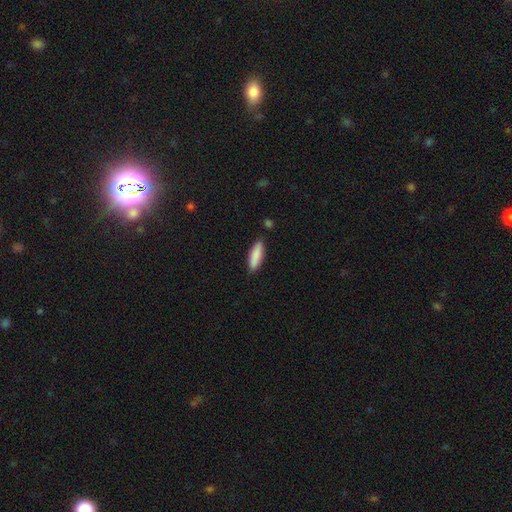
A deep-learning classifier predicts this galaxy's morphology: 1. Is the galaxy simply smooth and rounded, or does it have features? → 87% smooth, 7% featured or disk, 6% star or artifact.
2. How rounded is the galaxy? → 58% cigar-shaped, 40% in between, 1% round.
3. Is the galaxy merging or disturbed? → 85% none, 11% minor disturbance, 2% merger, 2% major disturbance.